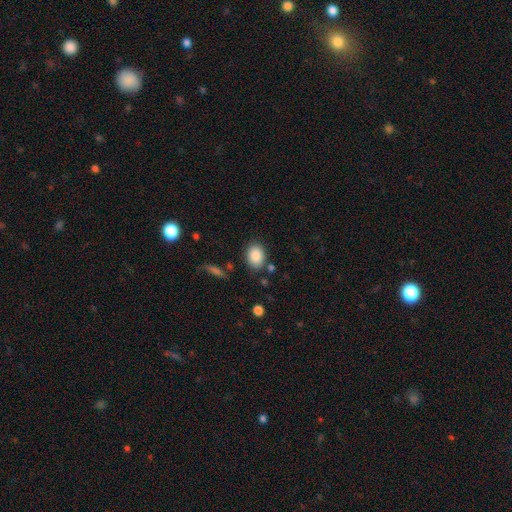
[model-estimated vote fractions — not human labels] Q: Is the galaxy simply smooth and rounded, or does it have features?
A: smooth — 87%.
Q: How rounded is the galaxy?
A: in between — 69%.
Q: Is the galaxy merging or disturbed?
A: none — 81%.